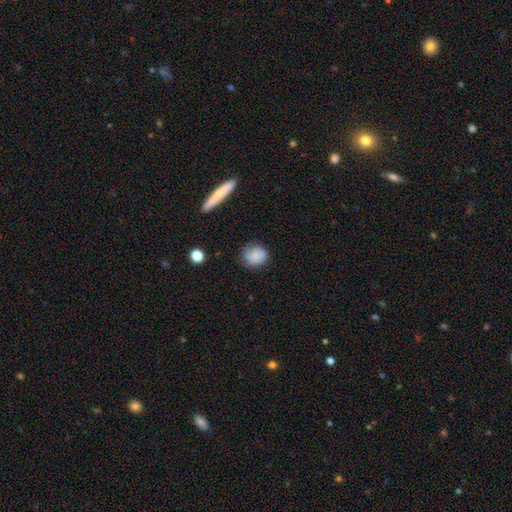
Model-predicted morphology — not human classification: Q: Smooth or featured?
A: smooth (67%); runner-up: featured or disk (24%)
Q: How rounded?
A: round (72%); runner-up: in between (26%)
Q: Merging?
A: none (63%); runner-up: minor disturbance (26%)